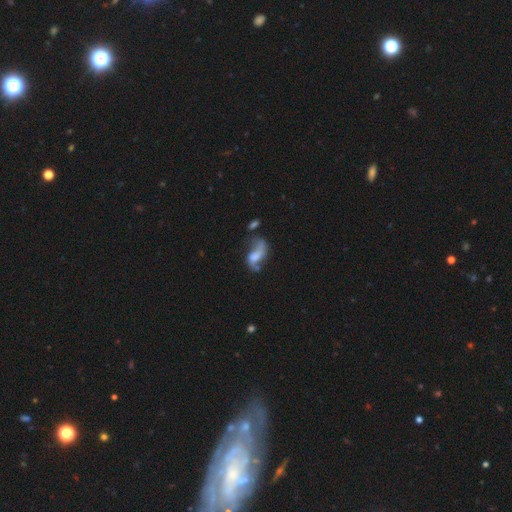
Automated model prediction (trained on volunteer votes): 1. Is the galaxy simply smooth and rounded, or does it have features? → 61% featured or disk, 28% smooth, 11% star or artifact.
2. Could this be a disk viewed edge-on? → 96% no, 4% yes.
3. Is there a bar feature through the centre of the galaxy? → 55% no, 33% weak, 12% strong.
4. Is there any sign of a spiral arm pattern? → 72% yes, 28% no.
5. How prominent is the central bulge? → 42% none, 21% moderate, 20% small, 14% large, 3% dominant.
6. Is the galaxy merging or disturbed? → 32% major disturbance, 31% none, 19% merger, 18% minor disturbance.